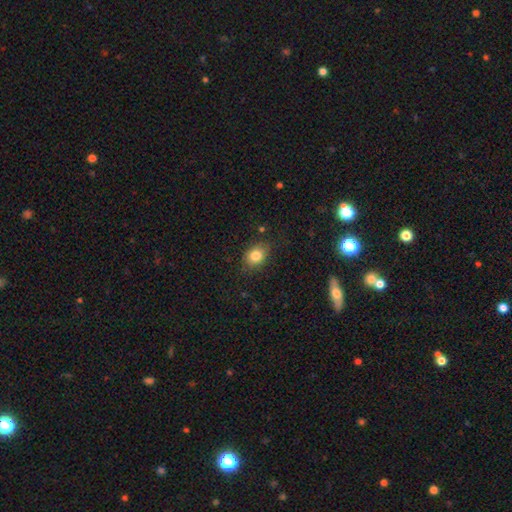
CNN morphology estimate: A smooth galaxy with no disk features (83%) that is in between round and cigar-shaped (58%).

Vote fractions:
- Smooth or featured? smooth: 83% / star or artifact: 10% / featured or disk: 7%
- How rounded? in between: 58% / round: 41% / cigar-shaped: 1%
- Merging? none: 81% / minor disturbance: 14% / major disturbance: 3% / merger: 1%